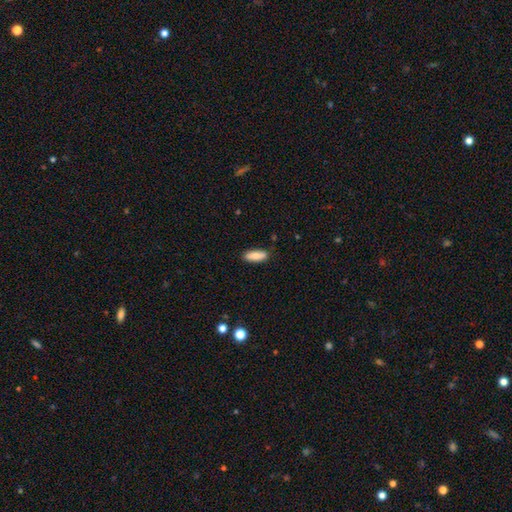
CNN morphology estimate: A smooth galaxy with no disk features (86%) that is in between round and cigar-shaped (69%).

Vote fractions:
- Smooth or featured? smooth: 86% / featured or disk: 8% / star or artifact: 6%
- How rounded? in between: 69% / cigar-shaped: 29% / round: 2%
- Merging? none: 84% / minor disturbance: 12% / major disturbance: 2% / merger: 2%